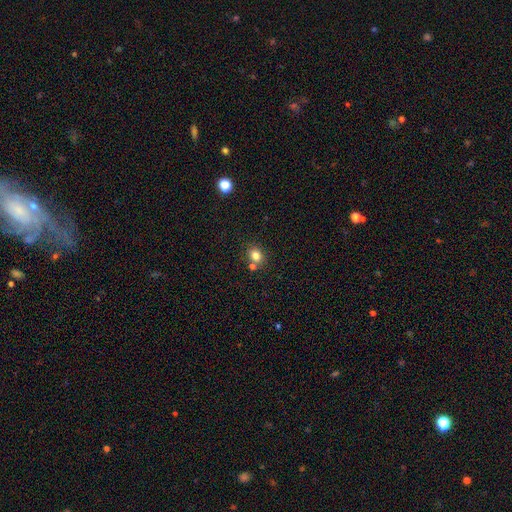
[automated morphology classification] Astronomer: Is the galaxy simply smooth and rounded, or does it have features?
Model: smooth — 80%.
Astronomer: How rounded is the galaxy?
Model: round — 57% (runner-up: in between, 42%).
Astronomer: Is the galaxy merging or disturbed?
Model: none — 66%.